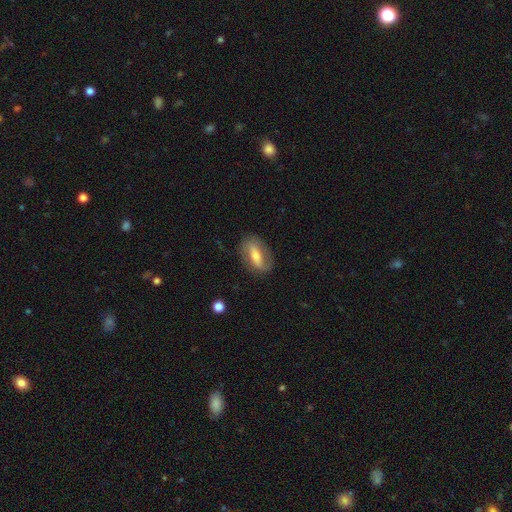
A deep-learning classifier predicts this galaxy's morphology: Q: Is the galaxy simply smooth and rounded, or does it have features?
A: featured or disk — 57%.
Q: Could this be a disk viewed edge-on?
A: no — 87%.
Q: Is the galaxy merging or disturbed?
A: none — 77%.